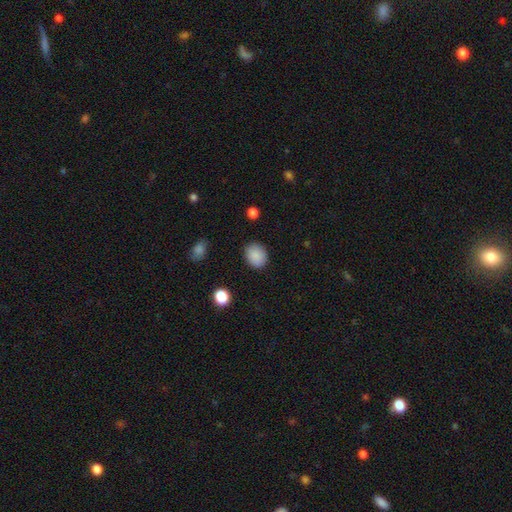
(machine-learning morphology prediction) Smooth or featured: smooth — 88% (star or artifact — 9%)
How rounded: round — 57% (in between — 42%)
Merging: none — 87% (minor disturbance — 9%)